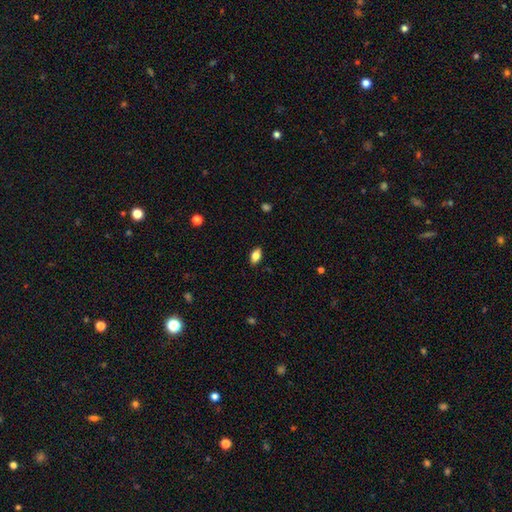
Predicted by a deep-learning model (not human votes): Overall: smooth (81%). How rounded: in between (90%). Merging: none (88%).